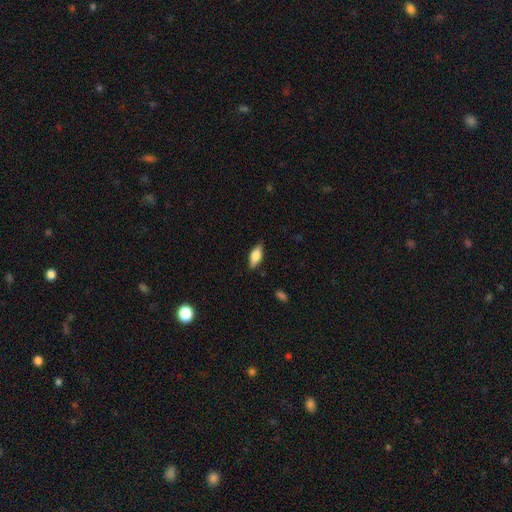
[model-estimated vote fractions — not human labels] Overall: smooth (67%). How rounded: in between (76%). Merging: none (84%).